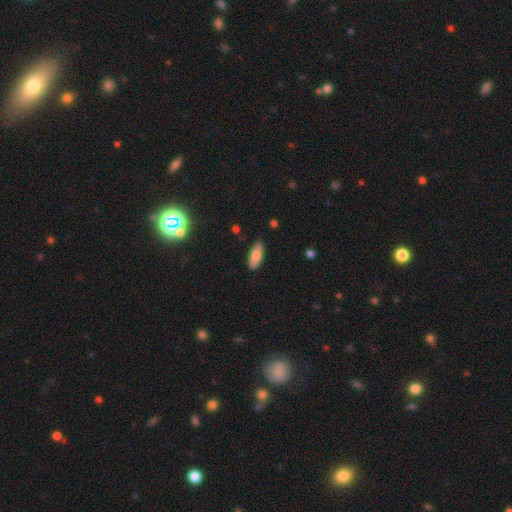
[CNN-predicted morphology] Smooth or featured? Predicted: smooth (p=0.83). How rounded? Predicted: in between (p=0.79). Merging? Predicted: none (p=0.87).